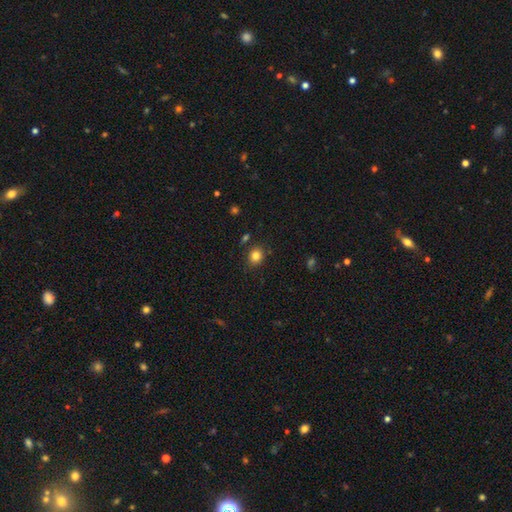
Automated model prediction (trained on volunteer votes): Smooth or featured? smooth (82%)
How rounded? round (71%)
Merging? none (84%)